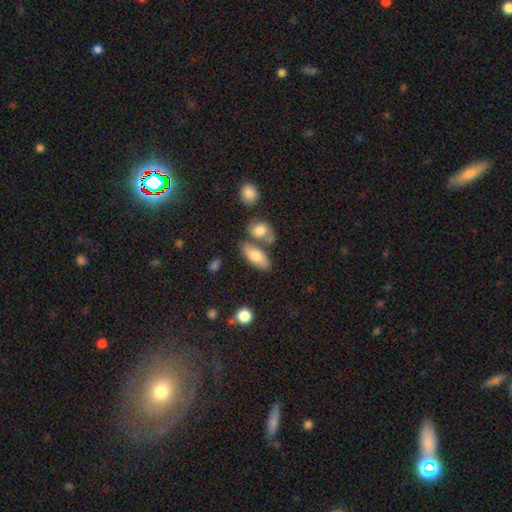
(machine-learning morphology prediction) smooth-or-featured: smooth: 77% | featured or disk: 16% | star or artifact: 7%
  how-rounded: in between: 87% | cigar-shaped: 10% | round: 4%
  merging: none: 58% | merger: 24% | minor disturbance: 13% | major disturbance: 4%